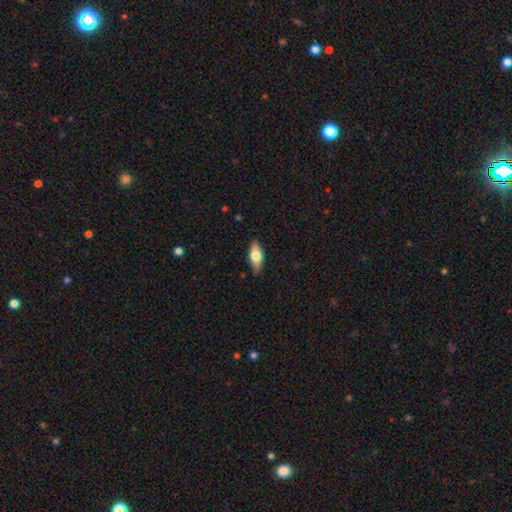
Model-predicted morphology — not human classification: This appears to be a smooth galaxy with no disk features (67%) that is in between round and cigar-shaped (79%). Merging: none (80%).